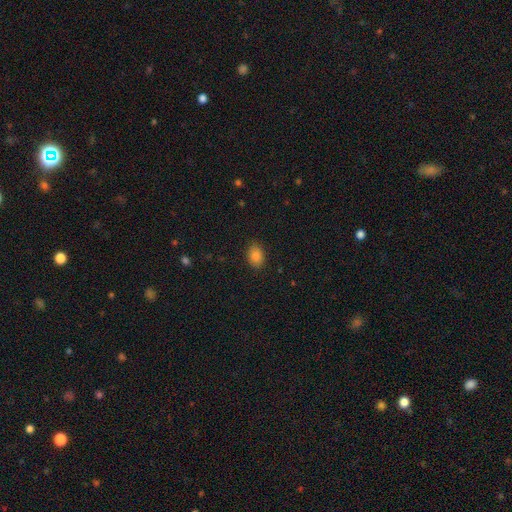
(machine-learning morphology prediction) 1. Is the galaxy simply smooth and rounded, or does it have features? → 84% smooth, 9% star or artifact, 7% featured or disk.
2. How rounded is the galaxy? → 79% in between, 20% round, 1% cigar-shaped.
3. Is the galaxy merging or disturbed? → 87% none, 10% minor disturbance, 2% major disturbance, 1% merger.